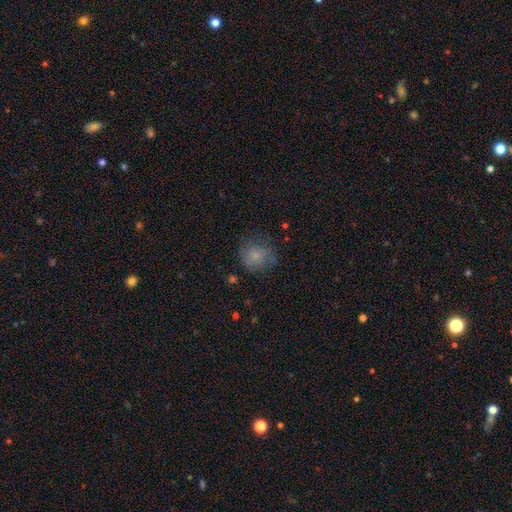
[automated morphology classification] smooth_or_featured: smooth (p=0.74) [alt: featured or disk p=0.16]
how_rounded: round (p=0.81) [alt: in between p=0.18]
merging: none (p=0.64) [alt: minor disturbance p=0.22]